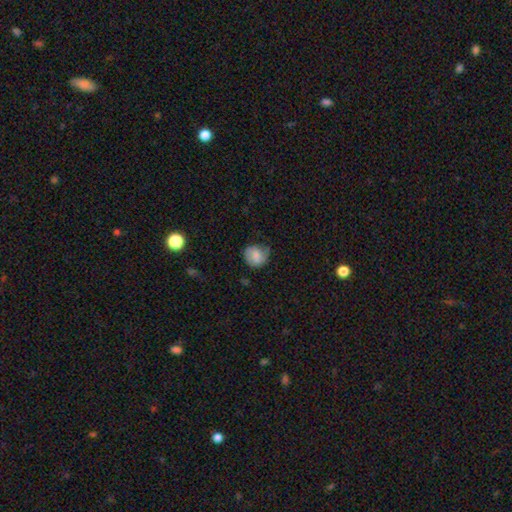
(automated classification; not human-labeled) Q: Smooth or featured?
A: smooth (70%); runner-up: featured or disk (22%)
Q: How rounded?
A: round (79%); runner-up: in between (20%)
Q: Merging?
A: none (59%); runner-up: minor disturbance (30%)